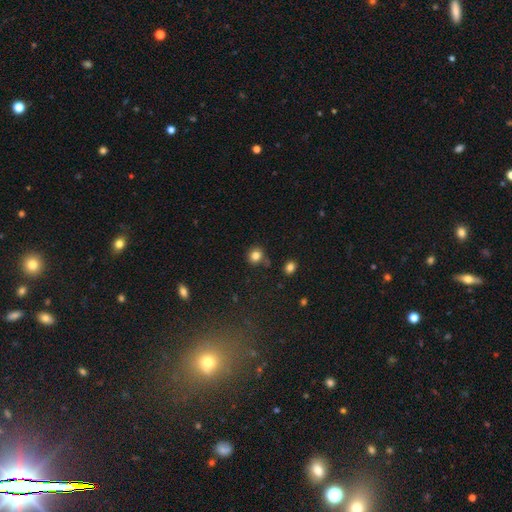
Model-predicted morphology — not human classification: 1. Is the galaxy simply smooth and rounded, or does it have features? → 82% smooth, 12% star or artifact, 6% featured or disk.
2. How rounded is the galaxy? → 85% round, 14% in between, 1% cigar-shaped.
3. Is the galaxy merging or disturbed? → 73% none, 16% minor disturbance, 7% merger, 4% major disturbance.